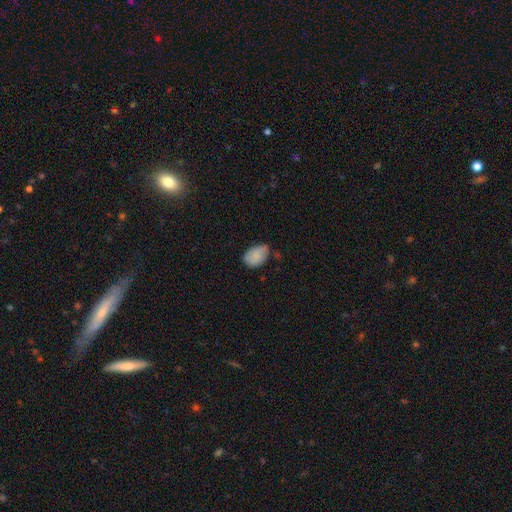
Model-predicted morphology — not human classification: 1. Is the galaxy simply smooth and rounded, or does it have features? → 83% smooth, 9% featured or disk, 8% star or artifact.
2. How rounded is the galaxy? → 85% in between, 13% round, 1% cigar-shaped.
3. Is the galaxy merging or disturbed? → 52% none, 37% minor disturbance, 7% major disturbance, 4% merger.